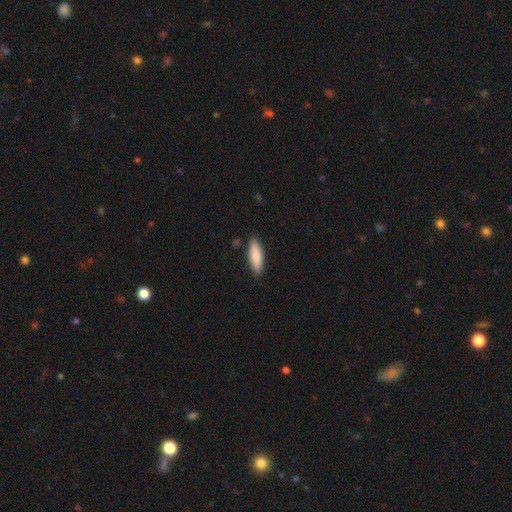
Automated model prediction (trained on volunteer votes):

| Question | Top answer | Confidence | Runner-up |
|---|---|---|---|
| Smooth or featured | smooth | 87% | featured or disk (8%) |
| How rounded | cigar-shaped | 50% | in between (49%) |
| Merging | none | 87% | minor disturbance (10%) |